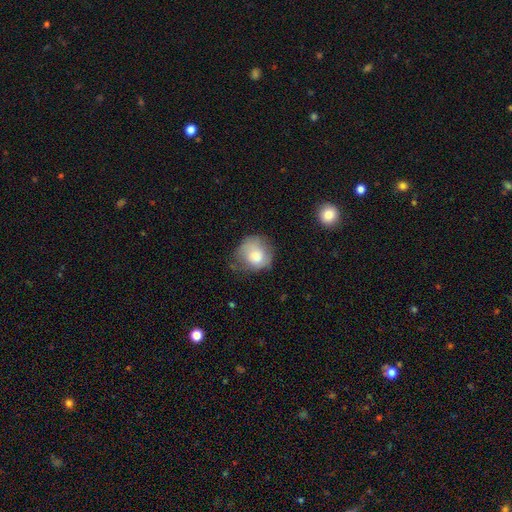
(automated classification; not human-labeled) smooth_or_featured: smooth (p=0.76) [alt: featured or disk p=0.17]
how_rounded: round (p=0.81) [alt: in between p=0.18]
merging: none (p=0.52) [alt: minor disturbance p=0.33]